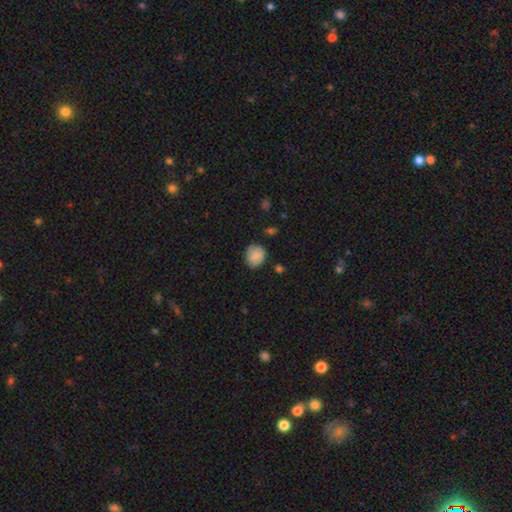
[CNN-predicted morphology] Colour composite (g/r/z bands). It shows a smooth galaxy with no disk features (85%) that is round (73%). Merging: none (76%).